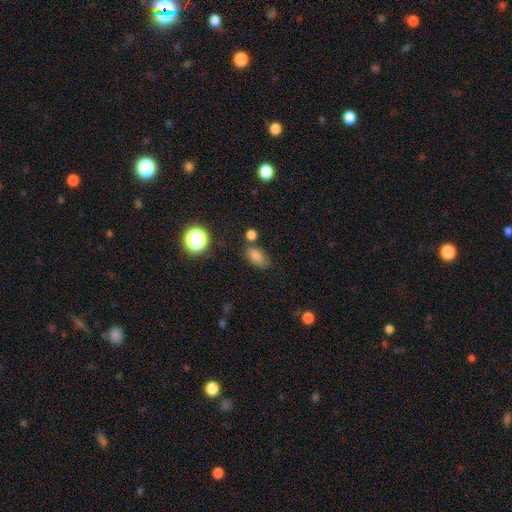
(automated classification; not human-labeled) The model was most divided on "merging": none: 72%, minor disturbance: 16%, merger: 8%, major disturbance: 4%. More confident: how rounded — in between (83%); smooth or featured — smooth (75%).